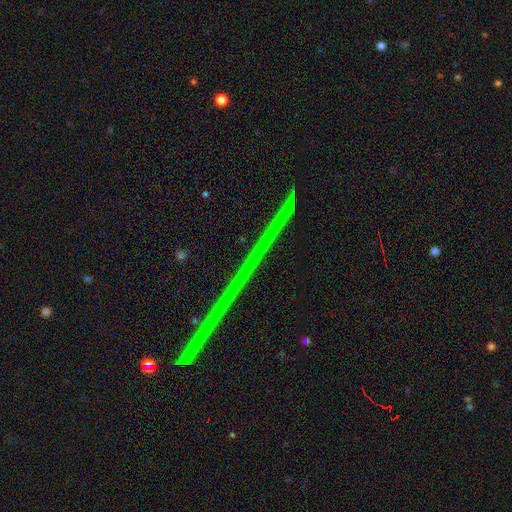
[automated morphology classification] Smooth or featured? star or artifact (72%)